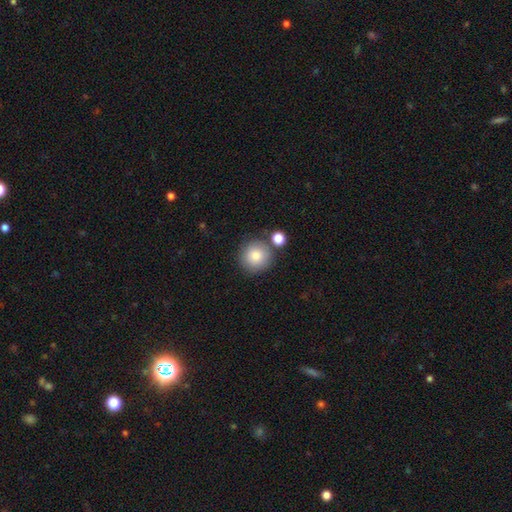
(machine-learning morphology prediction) Smooth or featured?
  - smooth: 83% *
  - star or artifact: 8%
  - featured or disk: 8%
How rounded?
  - round: 94% *
  - in between: 5%
  - cigar-shaped: 1%
Merging?
  - none: 77% *
  - merger: 11%
  - minor disturbance: 10%
  - major disturbance: 3%